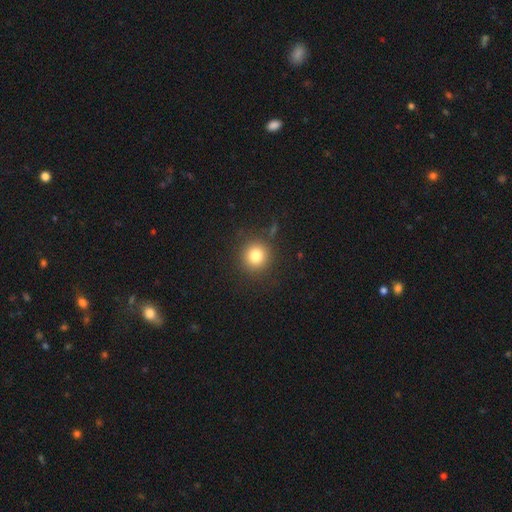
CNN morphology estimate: smooth-or-featured: smooth: 80% | star or artifact: 12% | featured or disk: 8%
  how-rounded: round: 93% | in between: 6% | cigar-shaped: 1%
  merging: none: 88% | minor disturbance: 7% | major disturbance: 3% | merger: 2%